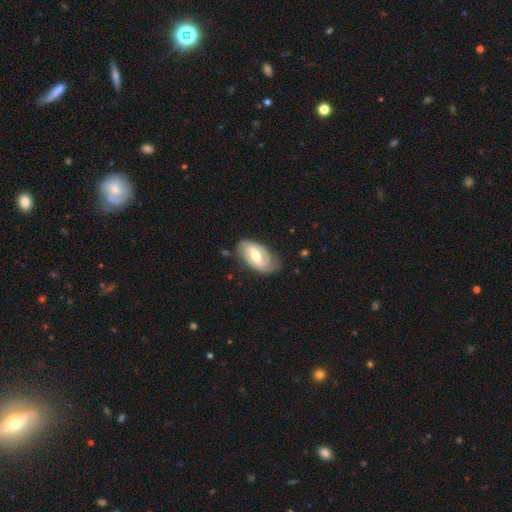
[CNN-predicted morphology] This is likely a featured or disk galaxy (78%). It is clearly not viewed edge-on (95%). Bar: possibly weak (46%). Spiral arm pattern: clearly yes (90%). Spiral arm count: likely 2 (73%). Spiral winding: possibly tight (50%). Central bulge: likely moderate (69%). Merging: likely none (75%).